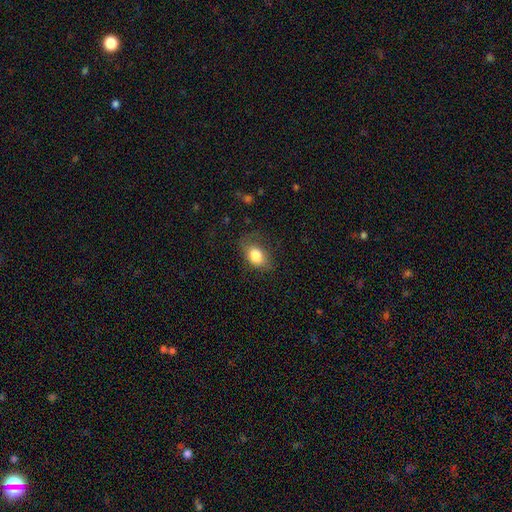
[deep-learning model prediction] The model was most divided on "merging": none: 59%, minor disturbance: 26%, major disturbance: 13%, merger: 1%. More confident: smooth or featured — smooth (80%); how rounded — in between (79%).